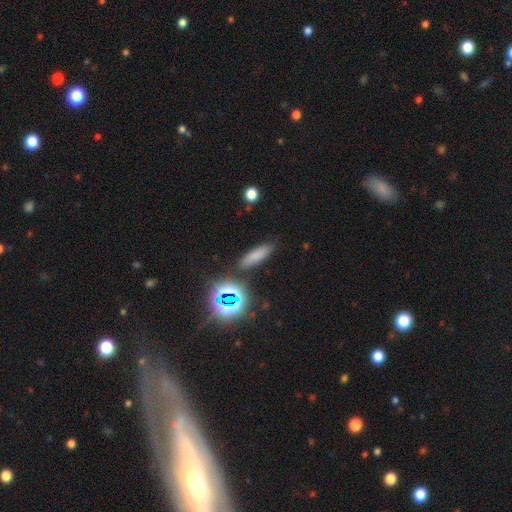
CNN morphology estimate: Smooth or featured? smooth (71%)
How rounded? cigar-shaped (58%)
Merging? none (85%)